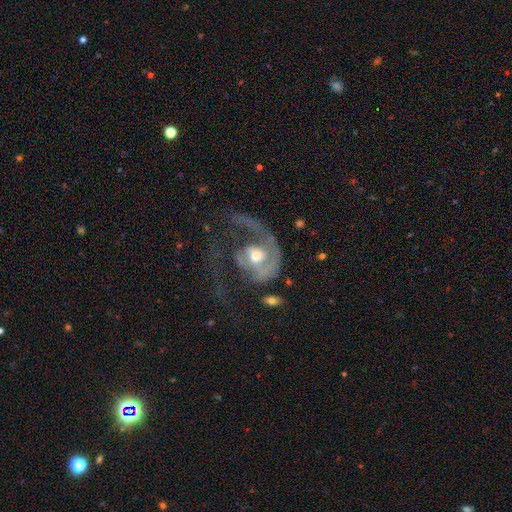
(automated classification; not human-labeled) Smooth or featured?
  - featured or disk: 76% *
  - smooth: 19%
  - star or artifact: 6%
Edge-on disk?
  - no: 97% *
  - yes: 3%
Bar?
  - no: 67% *
  - weak: 27%
  - strong: 6%
Spiral arms?
  - yes: 82% *
  - no: 18%
Spiral winding?
  - loose: 48% *
  - medium: 35%
  - tight: 18%
Spiral arm count?
  - 1: 71% *
  - 2: 16%
  - can't tell: 7%
  - 3: 2%
  - 4: 1%
  - more than 4: 1%
Bulge size?
  - moderate: 62% *
  - small: 26%
  - large: 9%
  - dominant: 2%
  - none: 2%
Merging?
  - major disturbance: 62% *
  - none: 22%
  - minor disturbance: 11%
  - merger: 5%